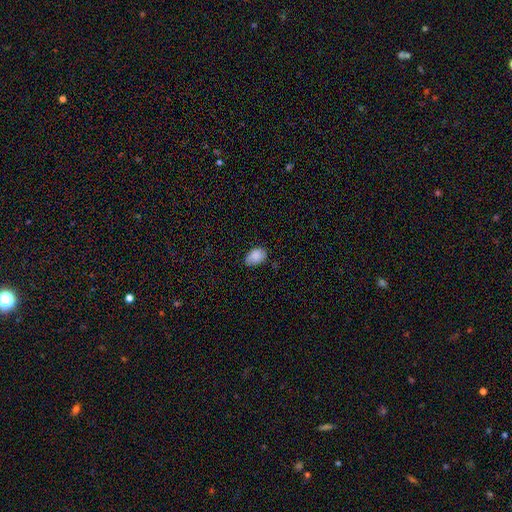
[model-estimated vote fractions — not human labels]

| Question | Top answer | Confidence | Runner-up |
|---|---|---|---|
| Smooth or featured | smooth | 87% | star or artifact (7%) |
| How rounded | in between | 88% | round (10%) |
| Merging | none | 74% | minor disturbance (22%) |